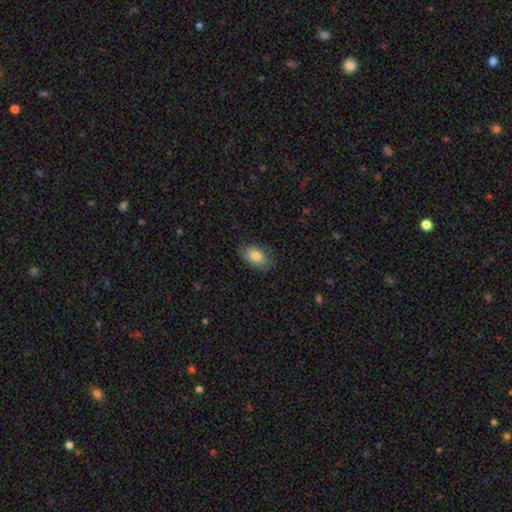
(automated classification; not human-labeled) Morphology: type=smooth (82%); roundness=in between (90%); merging=none (77%).